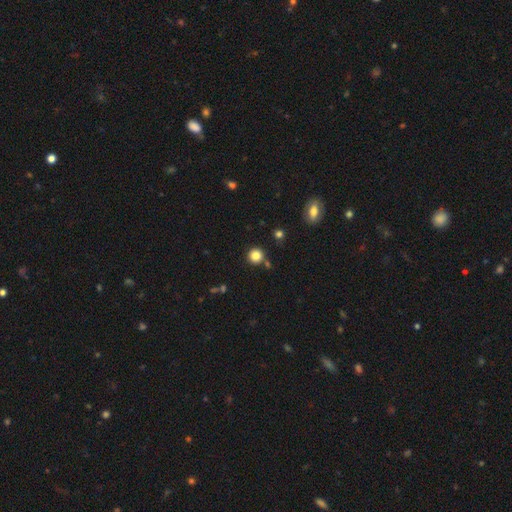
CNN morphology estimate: Q: Smooth or featured?
A: smooth (83%); runner-up: star or artifact (12%)
Q: How rounded?
A: round (94%); runner-up: in between (5%)
Q: Merging?
A: none (85%); runner-up: minor disturbance (7%)